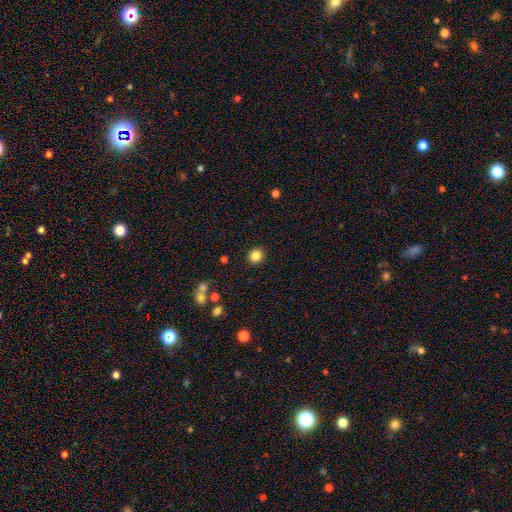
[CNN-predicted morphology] A smooth galaxy with no disk features (84%) that is round (77%). Merging: none (90%).